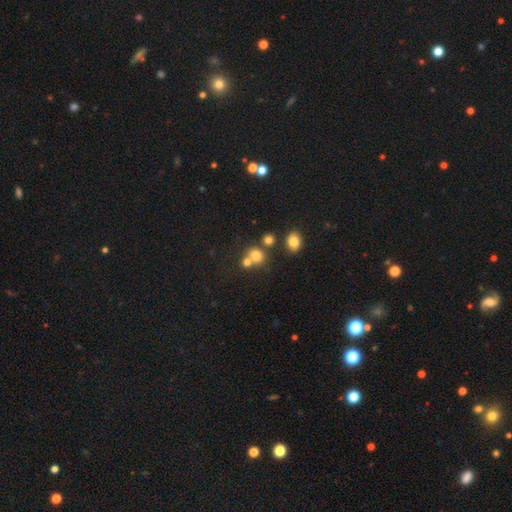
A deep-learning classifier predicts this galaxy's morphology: smooth-or-featured: smooth: 76% | star or artifact: 15% | featured or disk: 10%
  how-rounded: round: 76% | in between: 23% | cigar-shaped: 1%
  merging: none: 47% | merger: 40% | minor disturbance: 9% | major disturbance: 4%